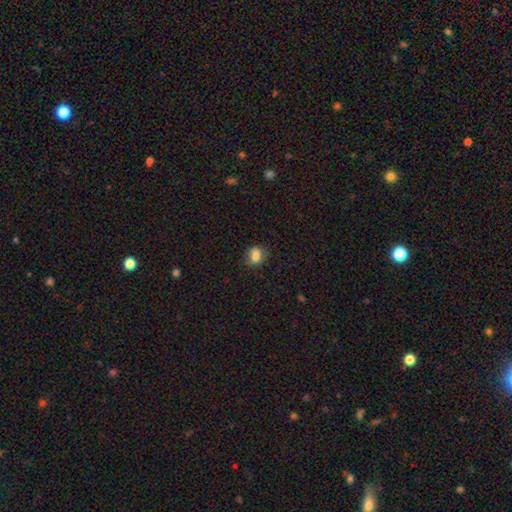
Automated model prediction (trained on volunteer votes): smooth-or-featured: smooth: 82% | star or artifact: 10% | featured or disk: 8%
  how-rounded: round: 50% | in between: 48% | cigar-shaped: 1%
  merging: none: 81% | minor disturbance: 14% | major disturbance: 4% | merger: 1%